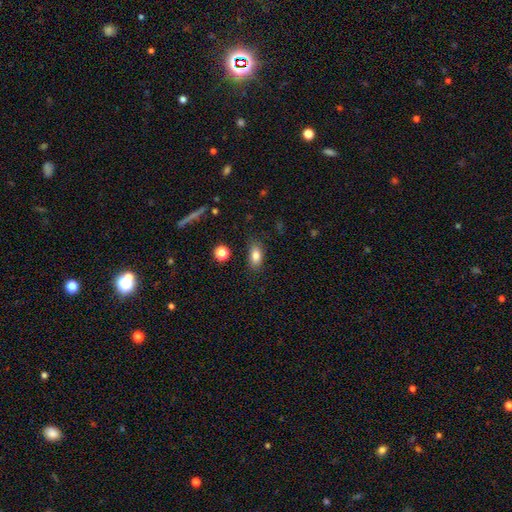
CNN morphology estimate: The model was most divided on "merging": none: 83%, minor disturbance: 12%, major disturbance: 3%, merger: 2%. More confident: how rounded — in between (85%); smooth or featured — smooth (83%).